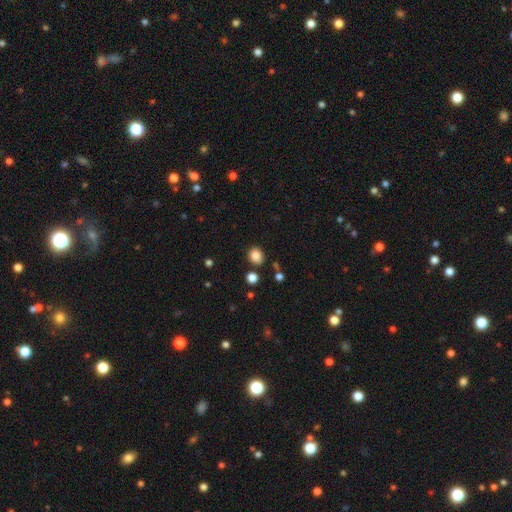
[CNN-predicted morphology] A smooth galaxy with no disk features (85%) that is round (63%). Merging: none (83%).